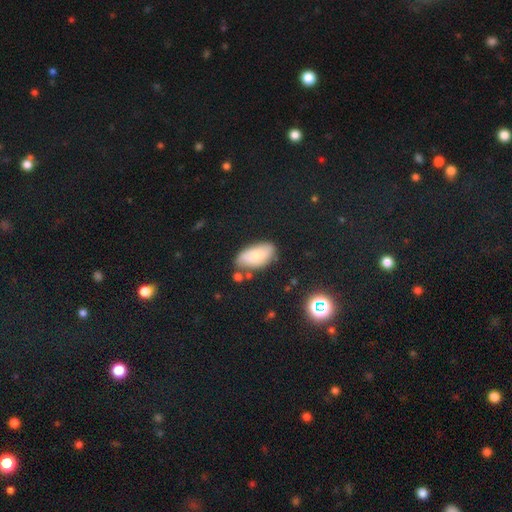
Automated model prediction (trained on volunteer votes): Smooth or featured?
  - smooth: 73% *
  - featured or disk: 18%
  - star or artifact: 9%
How rounded?
  - in between: 93% *
  - cigar-shaped: 4%
  - round: 3%
Merging?
  - none: 68% *
  - minor disturbance: 20%
  - merger: 7%
  - major disturbance: 5%